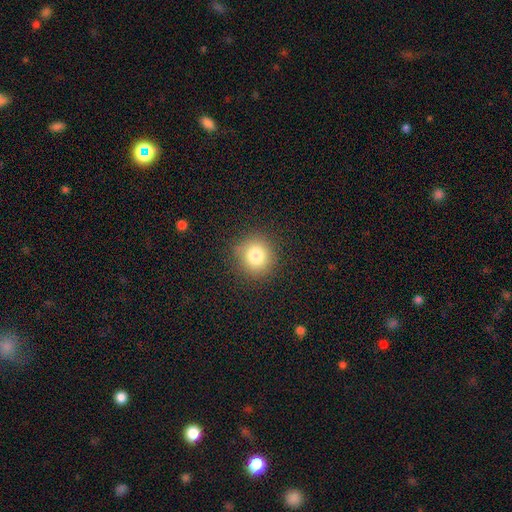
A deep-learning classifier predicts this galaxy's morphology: Smooth or featured?
  - smooth: 80% *
  - star or artifact: 12%
  - featured or disk: 8%
How rounded?
  - round: 89% *
  - in between: 10%
  - cigar-shaped: 1%
Merging?
  - none: 86% *
  - minor disturbance: 9%
  - major disturbance: 3%
  - merger: 1%